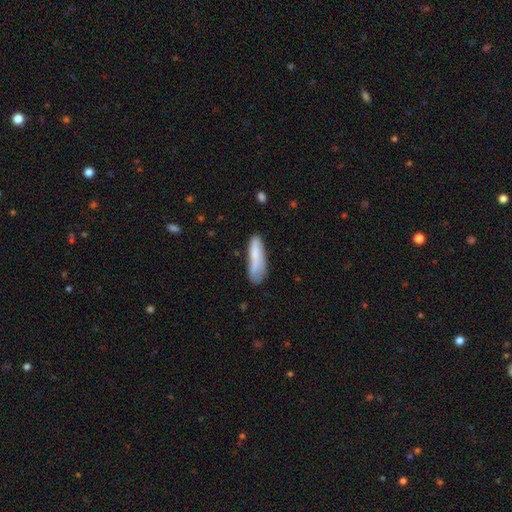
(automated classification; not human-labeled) smooth 75%, featured or disk 19%, star or artifact 6%. Down the decision tree: how rounded — cigar-shaped (67%); merging — none (55%).